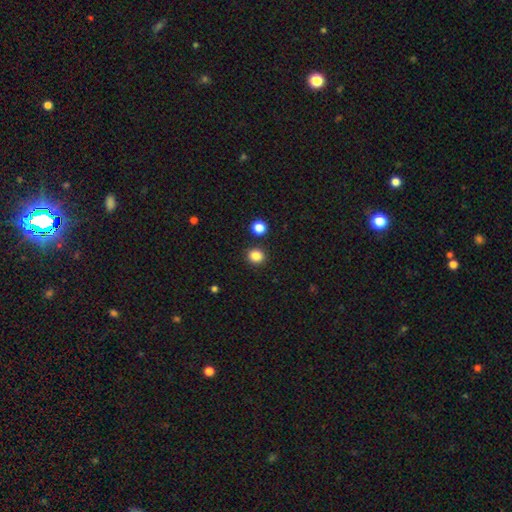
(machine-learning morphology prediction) Smooth or featured? Predicted: smooth (p=0.85). How rounded? Predicted: round (p=0.83). Merging? Predicted: none (p=0.88).